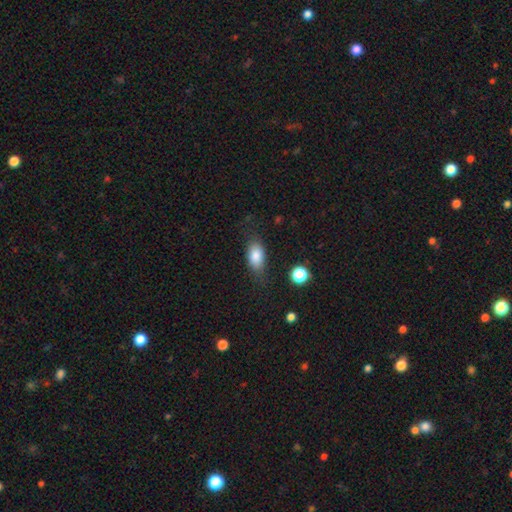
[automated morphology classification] A smooth galaxy with no disk features (84%) that is in between round and cigar-shaped (88%).

Vote fractions:
- Smooth or featured? smooth: 84% / featured or disk: 8% / star or artifact: 8%
- How rounded? in between: 88% / round: 7% / cigar-shaped: 5%
- Merging? none: 73% / minor disturbance: 18% / major disturbance: 7% / merger: 2%